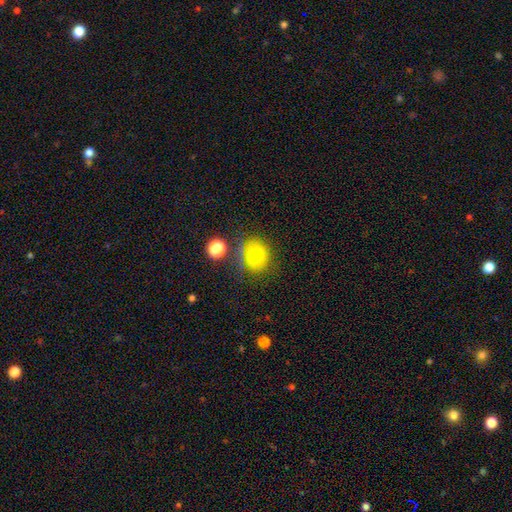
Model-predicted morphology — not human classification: Smooth or featured? smooth (70%)
How rounded? round (71%)
Merging? none (63%)